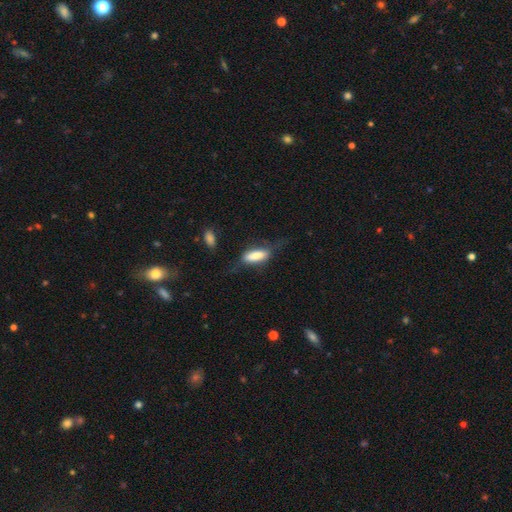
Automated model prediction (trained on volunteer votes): The model was most divided on "merging": none: 49%, minor disturbance: 25%, major disturbance: 23%, merger: 3%. More confident: smooth or featured — smooth (72%); how rounded — in between (62%).